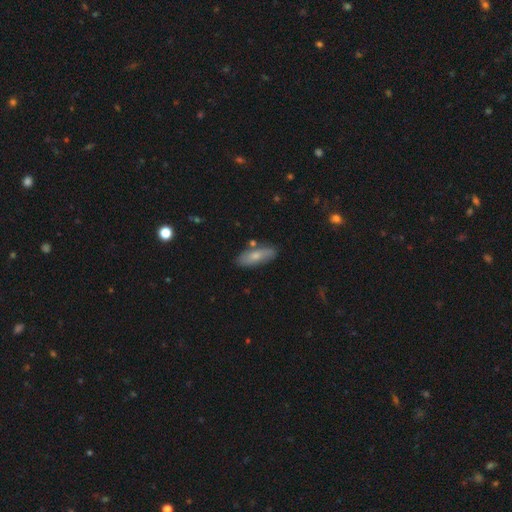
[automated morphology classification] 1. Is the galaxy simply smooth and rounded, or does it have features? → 68% smooth, 26% featured or disk, 7% star or artifact.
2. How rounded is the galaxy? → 65% in between, 32% cigar-shaped, 3% round.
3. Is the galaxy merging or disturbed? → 79% none, 14% minor disturbance, 5% merger, 3% major disturbance.